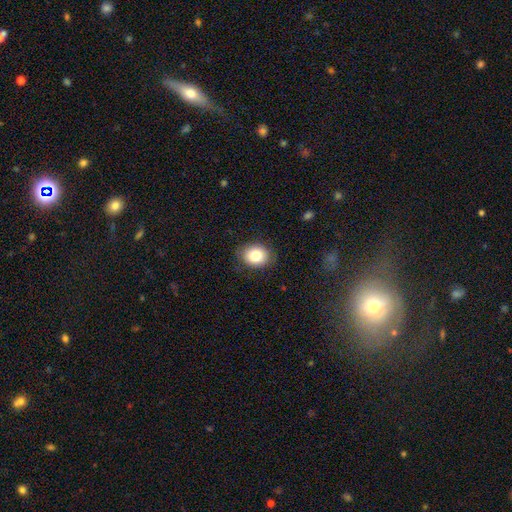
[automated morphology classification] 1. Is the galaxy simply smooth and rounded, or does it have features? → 82% smooth, 9% star or artifact, 9% featured or disk.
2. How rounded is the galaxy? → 52% round, 47% in between, 1% cigar-shaped.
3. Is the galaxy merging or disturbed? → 85% none, 11% minor disturbance, 3% major disturbance, 1% merger.